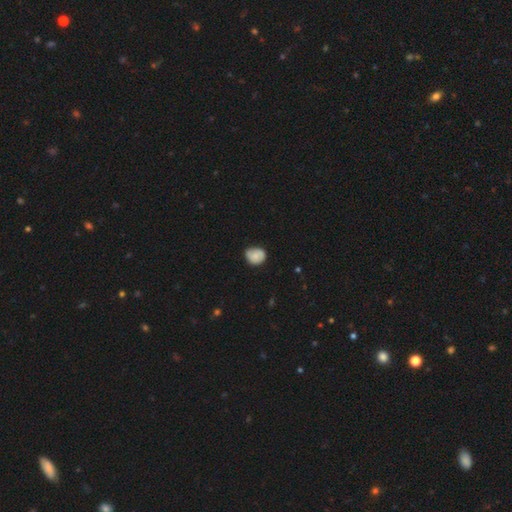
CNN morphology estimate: Smooth or featured? smooth (74%)
How rounded? round (66%)
Merging? none (67%)